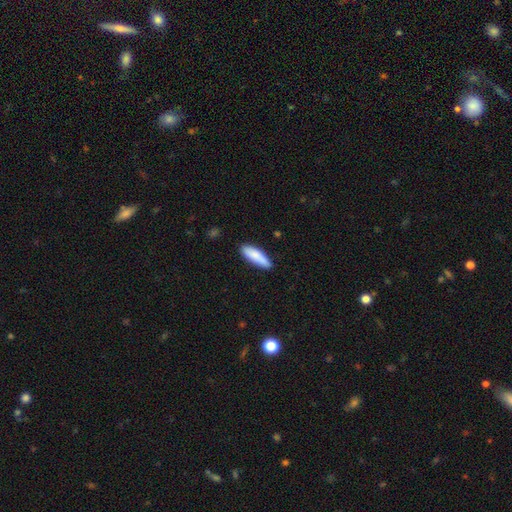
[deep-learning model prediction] This appears to be a smooth galaxy with no disk features (84%) that is cigar-shaped (58%). Merging: none (84%).